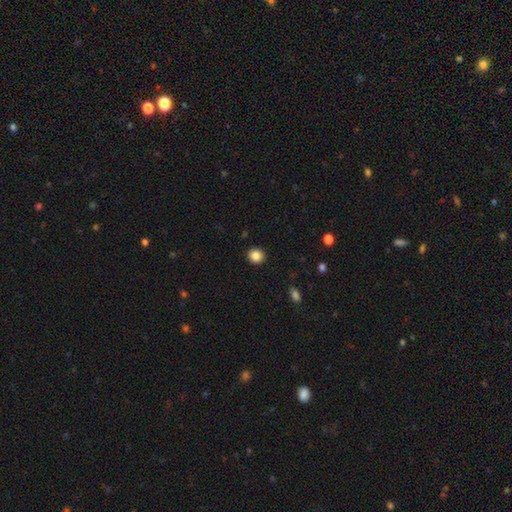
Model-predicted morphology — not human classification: smooth 86%, star or artifact 10%, featured or disk 4%. Down the decision tree: how rounded — round (83%); merging — none (92%).